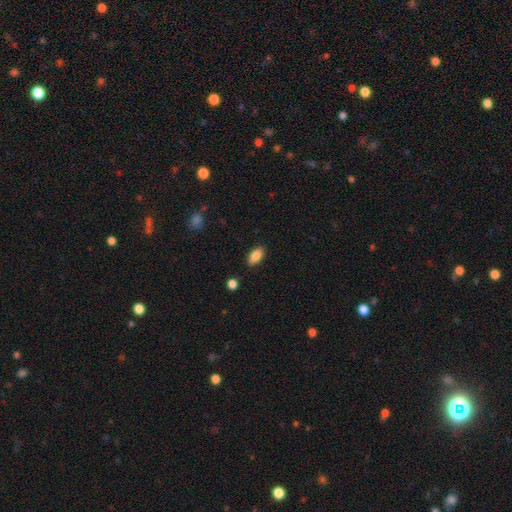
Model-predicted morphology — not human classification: type=smooth (86%); roundness=in between (91%); merging=none (86%).